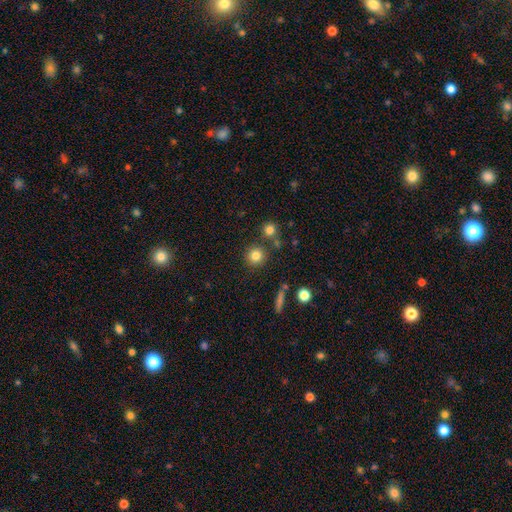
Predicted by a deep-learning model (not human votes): A smooth galaxy with no disk features (82%) that is round (92%).

Vote fractions:
- Smooth or featured? smooth: 82% / star or artifact: 12% / featured or disk: 6%
- How rounded? round: 92% / in between: 6% / cigar-shaped: 1%
- Merging? none: 82% / minor disturbance: 8% / merger: 7% / major disturbance: 3%